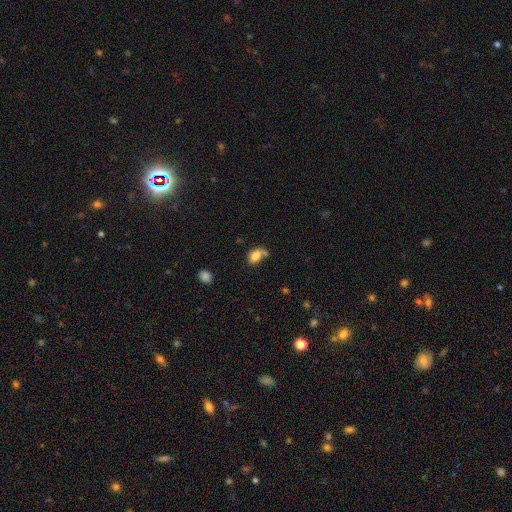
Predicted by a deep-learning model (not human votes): Smooth or featured? Predicted: smooth (p=0.81). How rounded? Predicted: in between (p=0.70). Merging? Predicted: none (p=0.45).